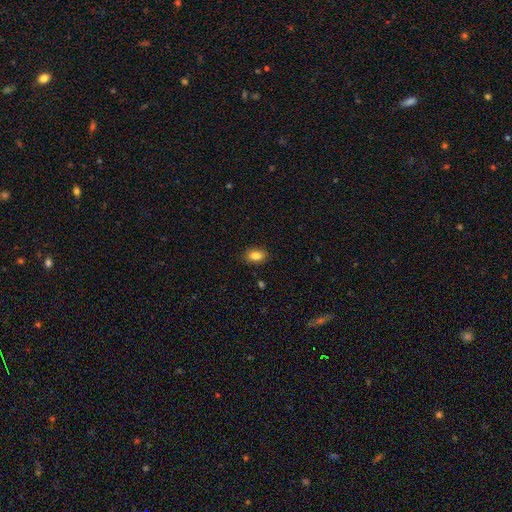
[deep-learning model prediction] Q: Smooth or featured?
A: smooth (85%); runner-up: star or artifact (8%)
Q: How rounded?
A: in between (87%); runner-up: round (11%)
Q: Merging?
A: none (88%); runner-up: minor disturbance (9%)